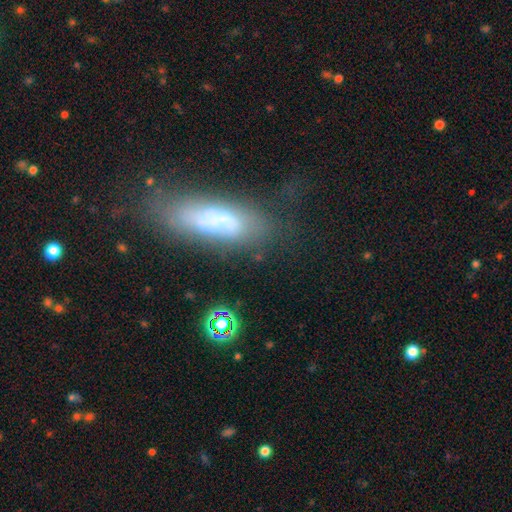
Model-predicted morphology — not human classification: Smooth or featured? Predicted: smooth (p=0.55). How rounded? Predicted: in between (p=0.49, tied with cigar-shaped). Merging? Predicted: none (p=0.65).